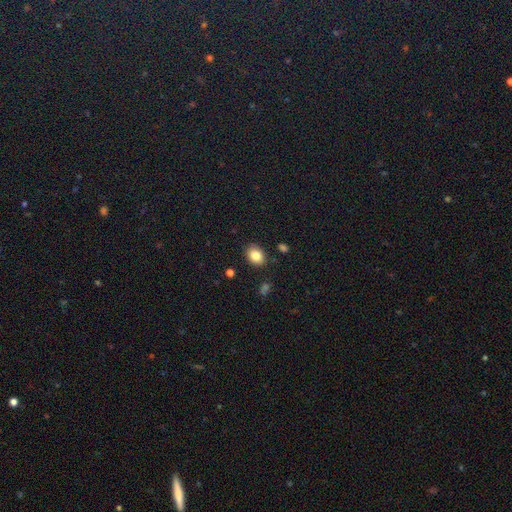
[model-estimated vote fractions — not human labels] A smooth galaxy with no disk features (84%) that is in between round and cigar-shaped (65%). Merging: none (87%).